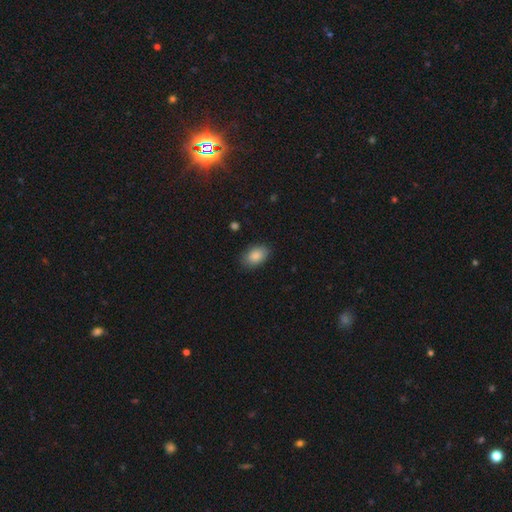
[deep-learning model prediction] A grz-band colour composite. It shows a smooth galaxy with no disk features (88%) that is in between round and cigar-shaped (90%). Merging: none (85%).